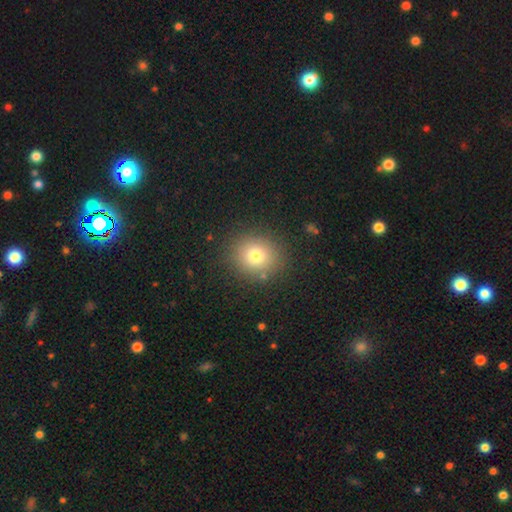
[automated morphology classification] Q: Smooth or featured?
A: smooth (75%); runner-up: star or artifact (15%)
Q: How rounded?
A: round (83%); runner-up: in between (16%)
Q: Merging?
A: none (87%); runner-up: minor disturbance (8%)